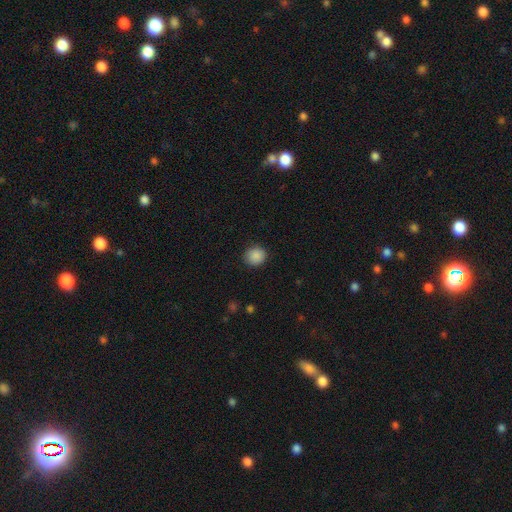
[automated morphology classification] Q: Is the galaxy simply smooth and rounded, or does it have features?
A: smooth — 88%.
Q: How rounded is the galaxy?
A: round — 89%.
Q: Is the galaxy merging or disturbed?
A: none — 90%.